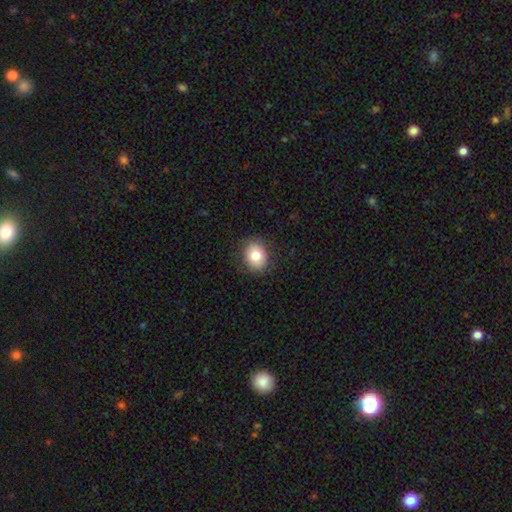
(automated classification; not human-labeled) Morphology: type=smooth (79%); roundness=in between (50%); merging=none (86%).